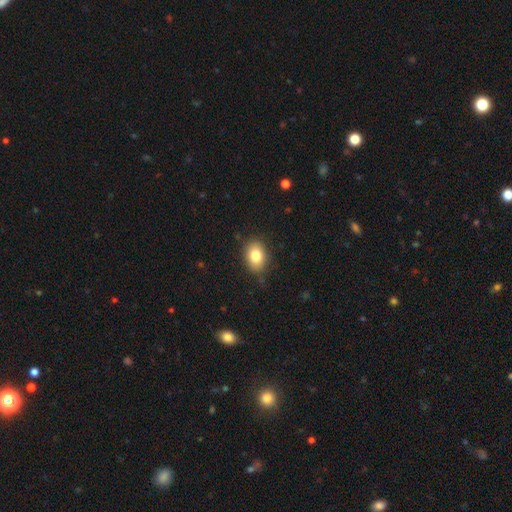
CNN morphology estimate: This is clearly a smooth galaxy (81%). How rounded: likely in between (70%). Merging: likely none (78%).